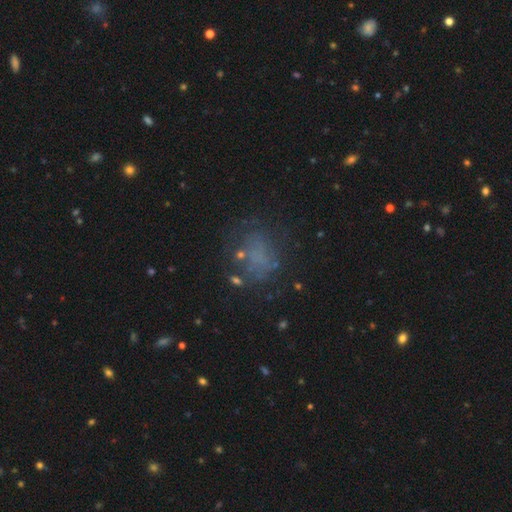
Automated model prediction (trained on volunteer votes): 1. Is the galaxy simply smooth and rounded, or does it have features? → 51% smooth, 26% star or artifact, 23% featured or disk.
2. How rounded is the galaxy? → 50% in between, 48% round, 2% cigar-shaped.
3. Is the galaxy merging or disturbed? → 62% none, 17% minor disturbance, 16% major disturbance, 5% merger.